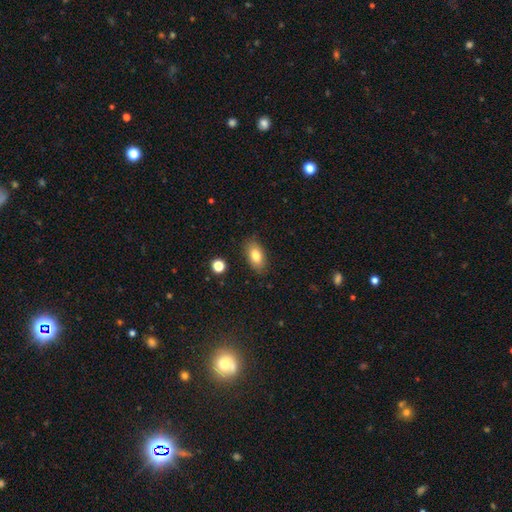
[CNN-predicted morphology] type=smooth (79%); roundness=in between (90%); merging=none (85%).